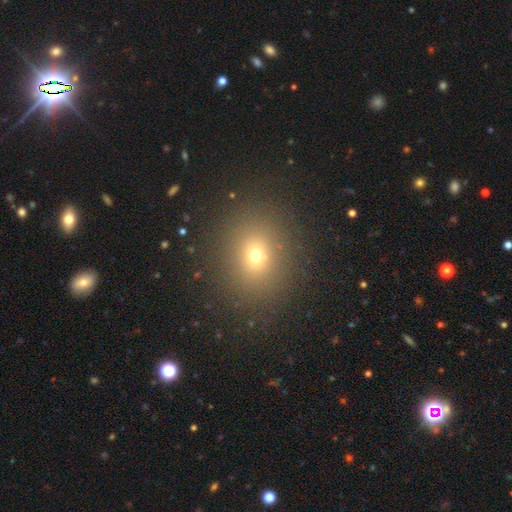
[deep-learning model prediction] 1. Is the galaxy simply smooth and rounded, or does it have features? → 68% smooth, 22% star or artifact, 10% featured or disk.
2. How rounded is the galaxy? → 69% round, 30% in between, 1% cigar-shaped.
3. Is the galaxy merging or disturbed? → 87% none, 8% minor disturbance, 4% major disturbance, 1% merger.